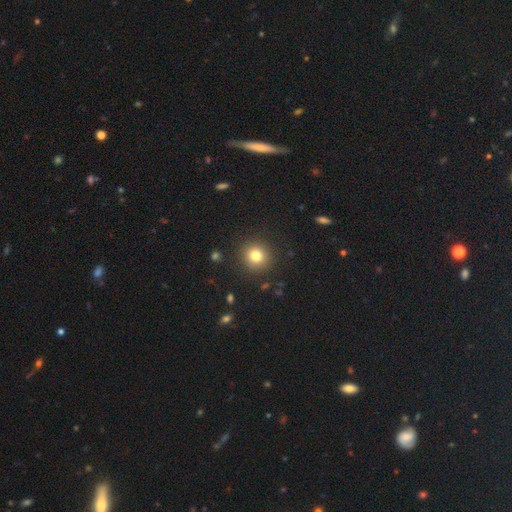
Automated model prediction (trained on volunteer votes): smooth_or_featured: smooth (p=0.80) [alt: star or artifact p=0.13]
how_rounded: round (p=0.92) [alt: in between p=0.07]
merging: none (p=0.90) [alt: minor disturbance p=0.06]